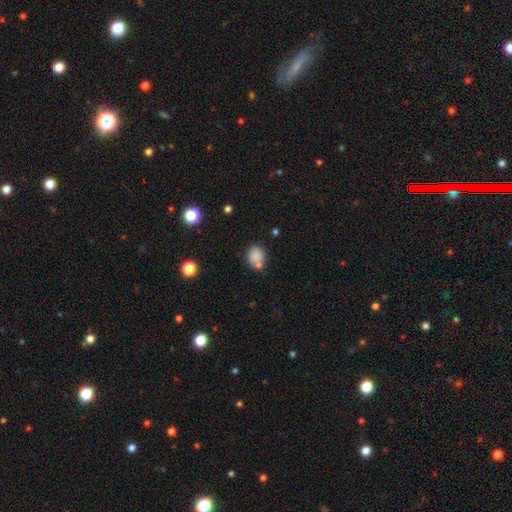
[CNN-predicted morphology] Smooth or featured? smooth (82%)
How rounded? round (50%)
Merging? none (61%)